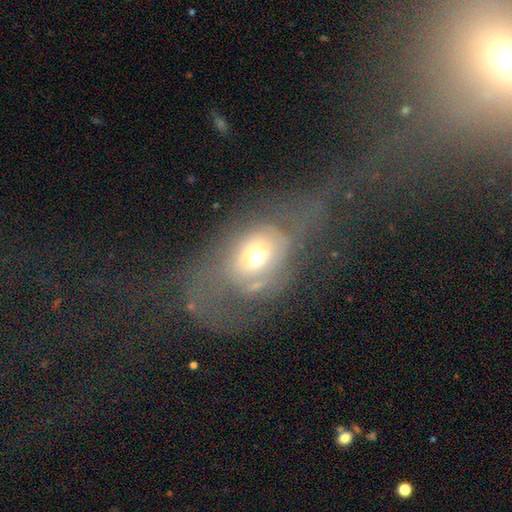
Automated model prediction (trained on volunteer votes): The model was most divided on "smooth or featured": featured or disk: 51%, smooth: 38%, star or artifact: 11%. More confident: edge-on disk — no (91%); merging — major disturbance (58%).